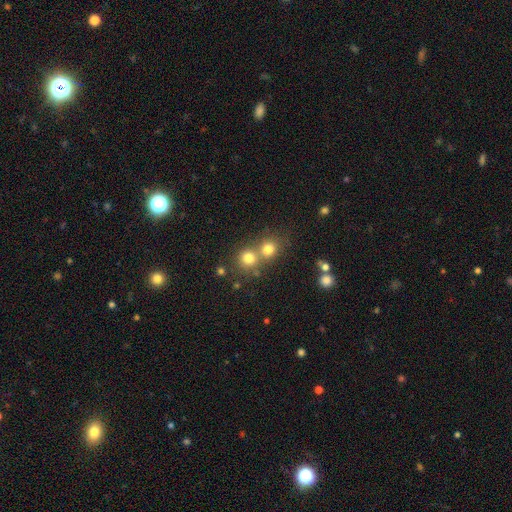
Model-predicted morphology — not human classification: This appears to be a smooth galaxy with no disk features (63%) that is round (85%). Merging: none (48%).